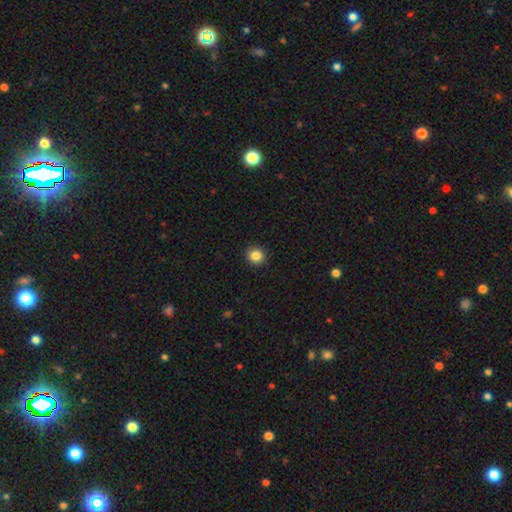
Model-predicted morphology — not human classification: The model was most divided on "smooth or featured": smooth: 85%, star or artifact: 10%, featured or disk: 4%. More confident: merging — none (93%); how rounded — round (92%).